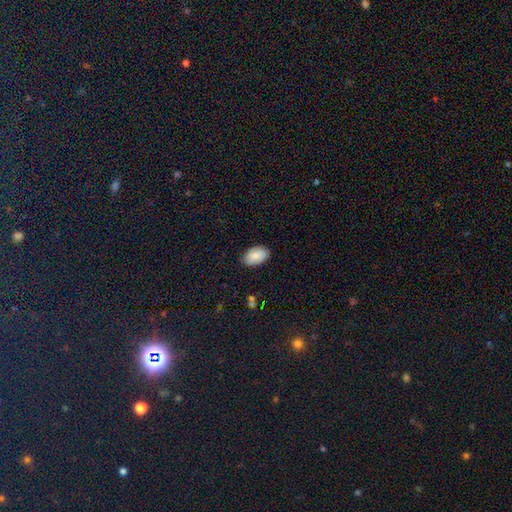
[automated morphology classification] The model was most divided on "merging": none: 85%, minor disturbance: 11%, major disturbance: 2%, merger: 1%. More confident: how rounded — in between (94%); smooth or featured — smooth (87%).